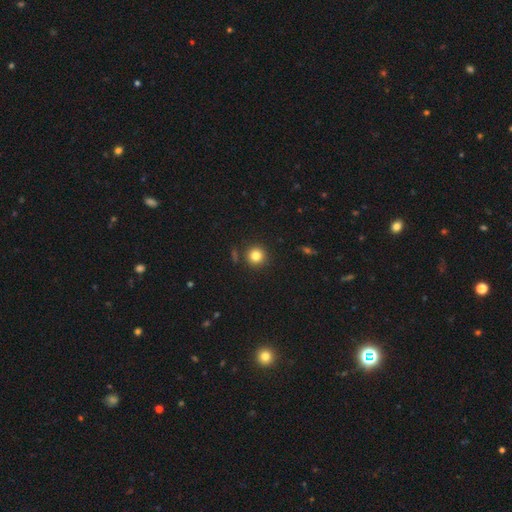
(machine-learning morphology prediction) Overall: smooth (82%). How rounded: round (94%). Merging: none (88%).